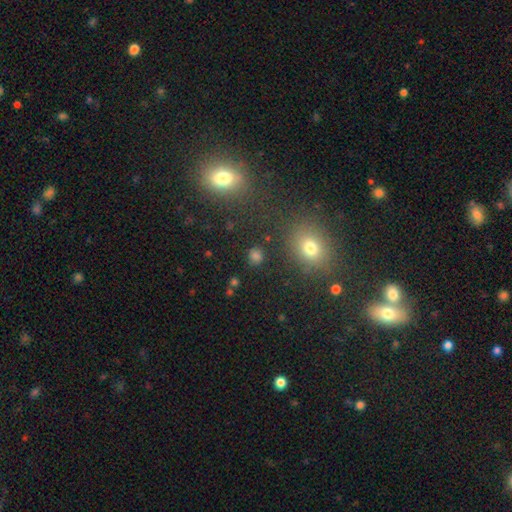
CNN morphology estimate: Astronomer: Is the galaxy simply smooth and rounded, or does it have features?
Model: smooth — 73%.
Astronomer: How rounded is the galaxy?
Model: round — 71%.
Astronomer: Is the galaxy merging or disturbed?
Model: none — 84%.